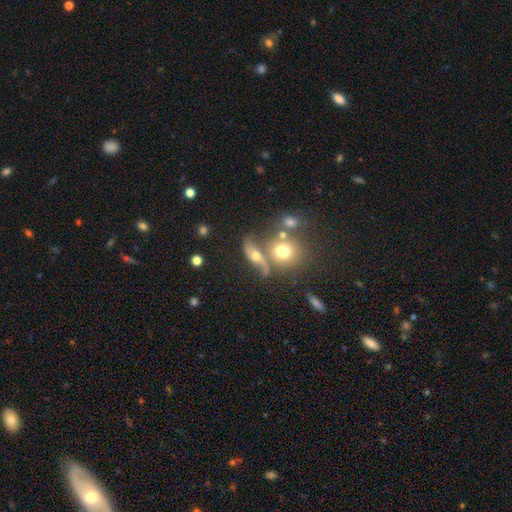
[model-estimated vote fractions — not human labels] A smooth galaxy with no disk features (47%). Merging: none (39%).